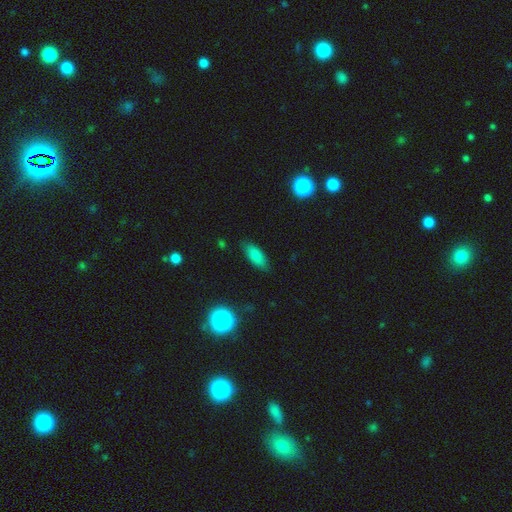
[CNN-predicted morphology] smooth 80%, featured or disk 11%, star or artifact 9%. Down the decision tree: how rounded — in between (77%); merging — none (81%).